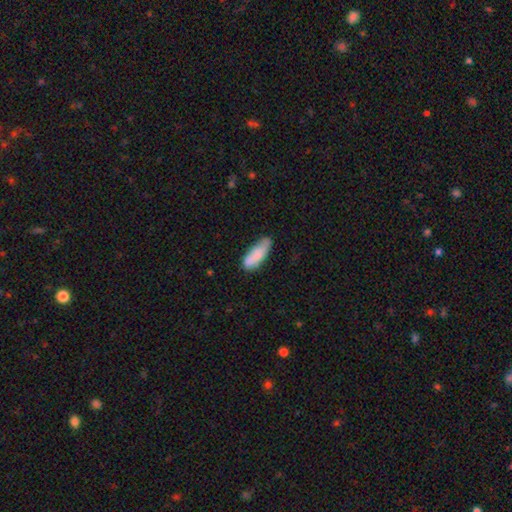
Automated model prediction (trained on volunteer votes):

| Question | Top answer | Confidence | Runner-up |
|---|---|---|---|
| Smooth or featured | smooth | 78% | featured or disk (16%) |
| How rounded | in between | 61% | cigar-shaped (37%) |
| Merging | none | 63% | minor disturbance (27%) |